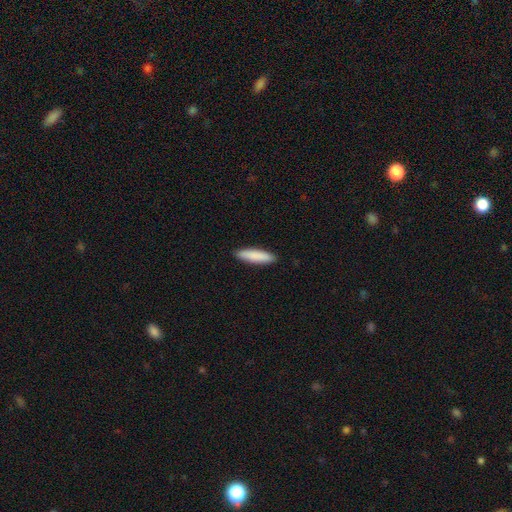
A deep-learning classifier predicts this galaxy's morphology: smooth_or_featured: smooth (p=0.87) [alt: featured or disk p=0.07]
how_rounded: cigar-shaped (p=0.73) [alt: in between p=0.25]
merging: none (p=0.90) [alt: minor disturbance p=0.07]